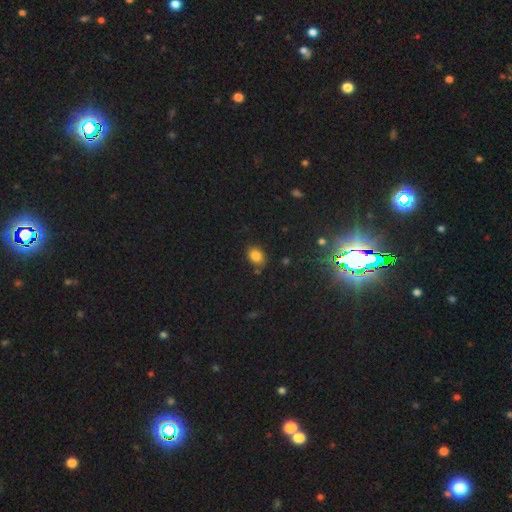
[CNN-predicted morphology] The model was most divided on "how rounded": in between: 67%, round: 32%, cigar-shaped: 1%. More confident: smooth or featured — smooth (82%); merging — none (76%).